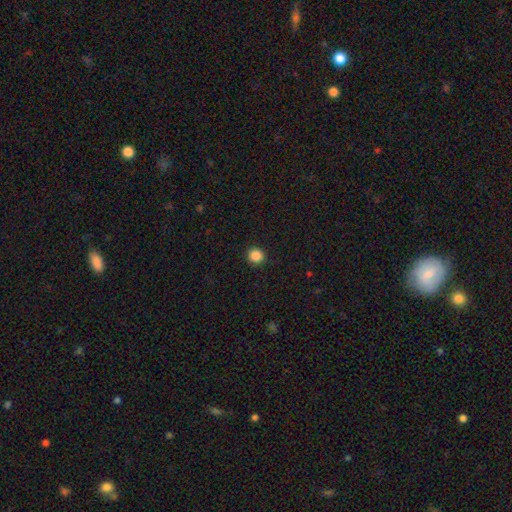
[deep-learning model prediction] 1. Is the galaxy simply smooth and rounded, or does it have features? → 86% smooth, 11% star or artifact, 3% featured or disk.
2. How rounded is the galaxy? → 95% round, 4% in between, 1% cigar-shaped.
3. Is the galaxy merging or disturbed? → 93% none, 5% minor disturbance, 2% major disturbance, 1% merger.